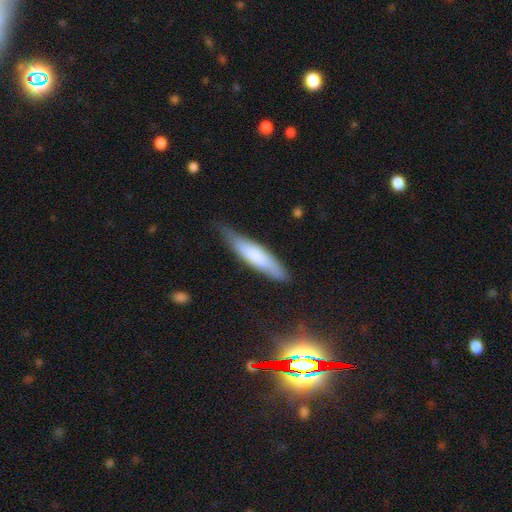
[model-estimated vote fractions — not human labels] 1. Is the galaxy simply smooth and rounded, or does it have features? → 67% smooth, 27% featured or disk, 6% star or artifact.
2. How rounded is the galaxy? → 78% cigar-shaped, 20% in between, 1% round.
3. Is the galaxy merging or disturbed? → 70% none, 24% minor disturbance, 5% major disturbance, 2% merger.